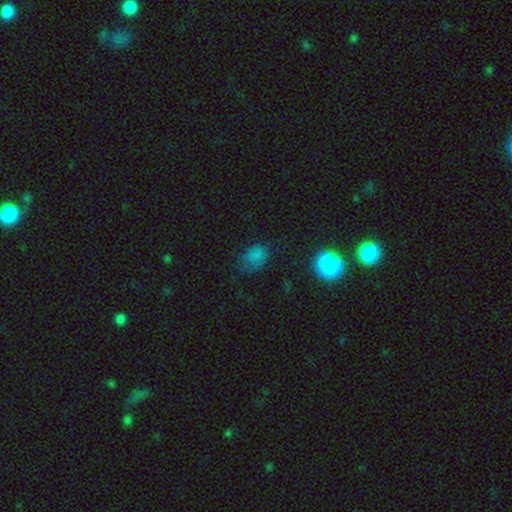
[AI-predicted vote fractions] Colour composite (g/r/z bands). It shows a smooth galaxy with no disk features (69%) that is in between round and cigar-shaped (71%). Merging: none (47%).